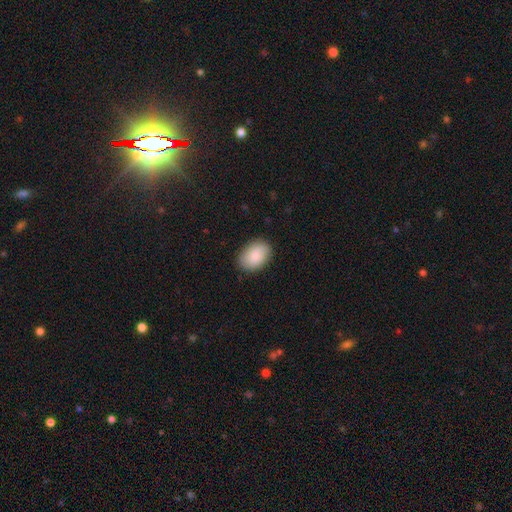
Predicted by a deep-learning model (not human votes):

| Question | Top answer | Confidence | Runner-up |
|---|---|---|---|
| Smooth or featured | smooth | 87% | featured or disk (7%) |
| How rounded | in between | 86% | round (13%) |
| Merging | none | 87% | minor disturbance (10%) |